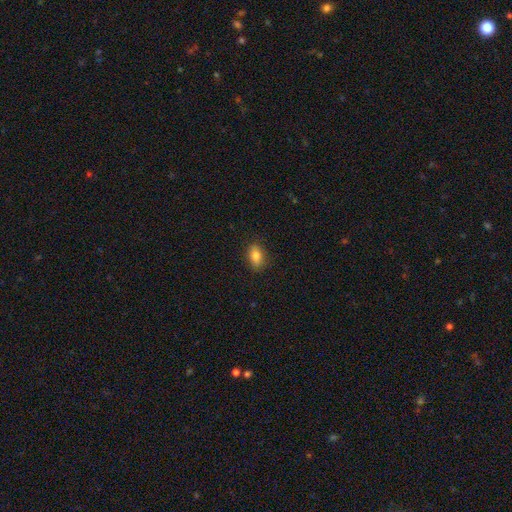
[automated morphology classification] Q: Smooth or featured?
A: smooth (83%); runner-up: star or artifact (9%)
Q: How rounded?
A: in between (83%); runner-up: round (14%)
Q: Merging?
A: none (86%); runner-up: minor disturbance (11%)